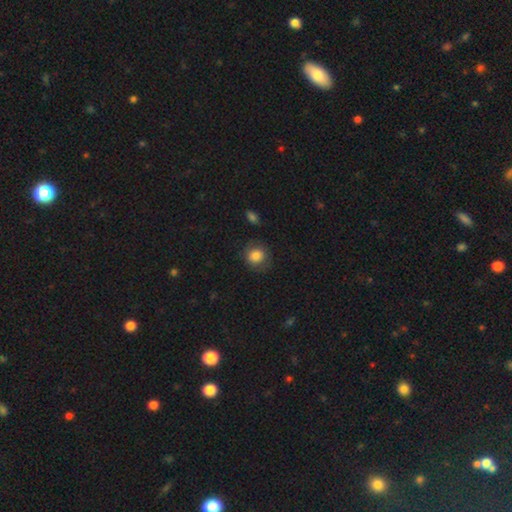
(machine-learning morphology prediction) A smooth galaxy with no disk features (80%) that is round (79%). Merging: none (73%).